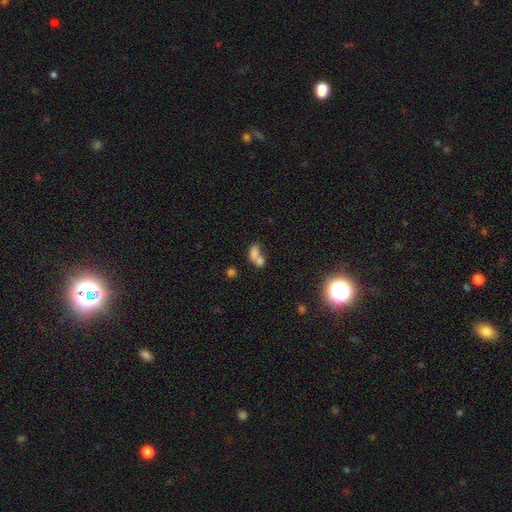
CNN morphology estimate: Q: Smooth or featured?
A: smooth (72%); runner-up: featured or disk (16%)
Q: How rounded?
A: in between (73%); runner-up: round (24%)
Q: Merging?
A: merger (68%); runner-up: none (20%)